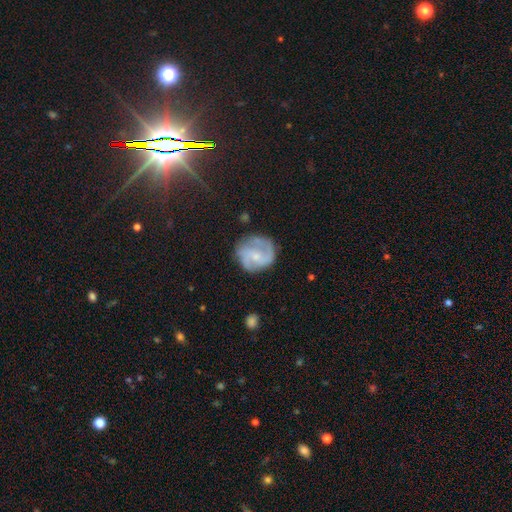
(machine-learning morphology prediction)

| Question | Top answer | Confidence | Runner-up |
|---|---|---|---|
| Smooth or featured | featured or disk | 74% | smooth (20%) |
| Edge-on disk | no | 98% | yes (2%) |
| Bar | no | 58% | weak (35%) |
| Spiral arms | yes | 92% | no (8%) |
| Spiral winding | medium | 49% | tight (30%) |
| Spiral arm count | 2 | 50% | 3 (25%) |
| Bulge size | small | 64% | moderate (27%) |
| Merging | none | 71% | minor disturbance (19%) |